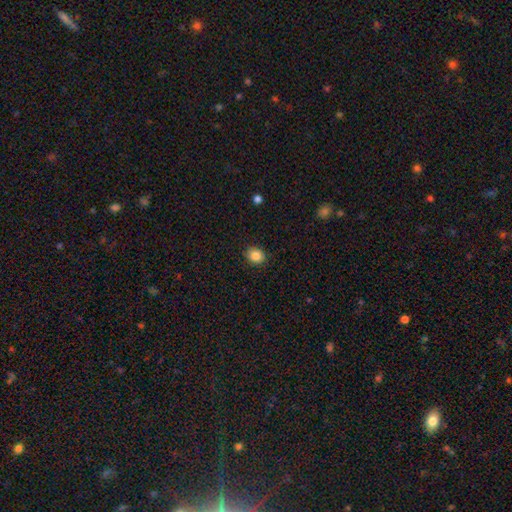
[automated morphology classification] smooth 85%, star or artifact 10%, featured or disk 5%. Down the decision tree: how rounded — round (66%); merging — none (89%).